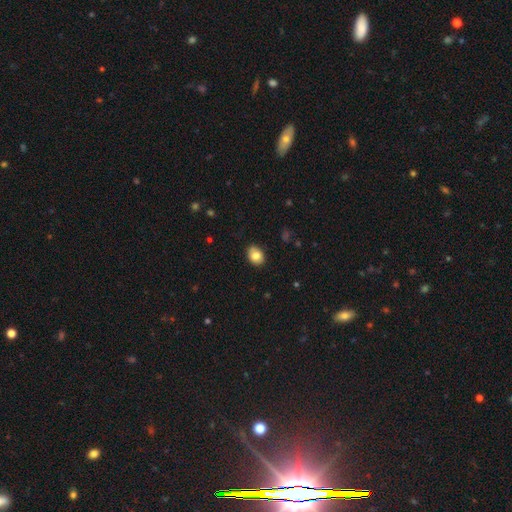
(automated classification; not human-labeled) A smooth galaxy with no disk features (81%) that is in between round and cigar-shaped (61%).

Vote fractions:
- Smooth or featured? smooth: 81% / featured or disk: 10% / star or artifact: 9%
- How rounded? in between: 61% / round: 38% / cigar-shaped: 1%
- Merging? none: 82% / minor disturbance: 14% / major disturbance: 2% / merger: 1%